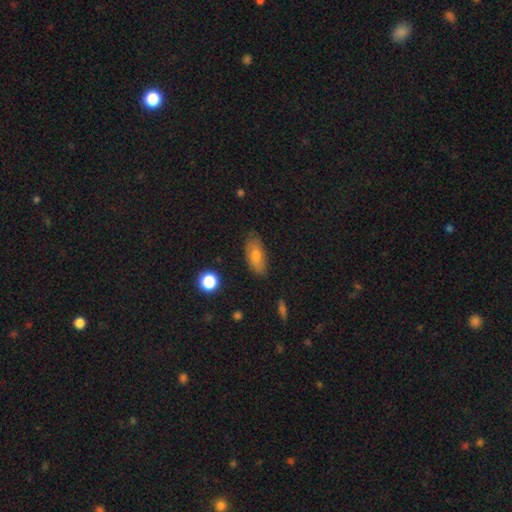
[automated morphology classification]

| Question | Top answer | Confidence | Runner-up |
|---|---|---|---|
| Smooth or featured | smooth | 70% | featured or disk (21%) |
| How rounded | in between | 84% | cigar-shaped (11%) |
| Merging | none | 80% | minor disturbance (15%) |